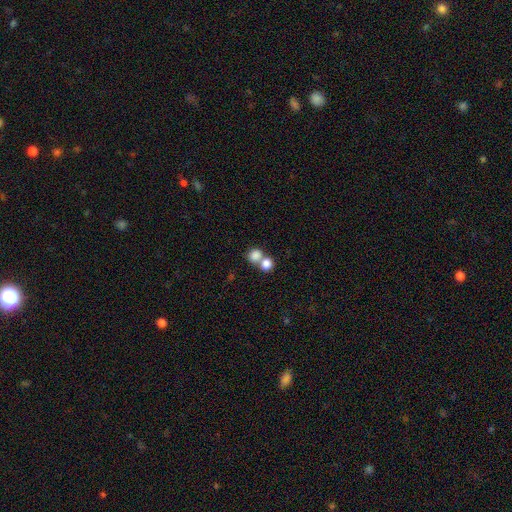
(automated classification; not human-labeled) Morphology: type=smooth (82%); roundness=round (74%); merging=merger (54%).